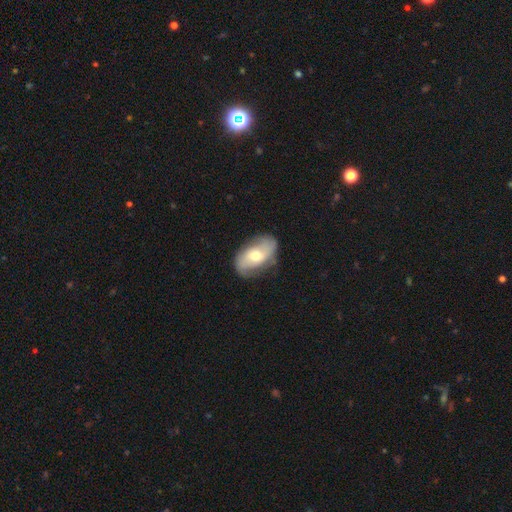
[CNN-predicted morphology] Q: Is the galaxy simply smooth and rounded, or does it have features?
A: featured or disk — 55%.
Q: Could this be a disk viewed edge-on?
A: no — 93%.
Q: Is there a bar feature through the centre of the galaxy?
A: no — 59%.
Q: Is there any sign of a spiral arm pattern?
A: yes — 69%.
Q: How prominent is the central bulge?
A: moderate — 69%.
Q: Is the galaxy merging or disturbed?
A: none — 75%.